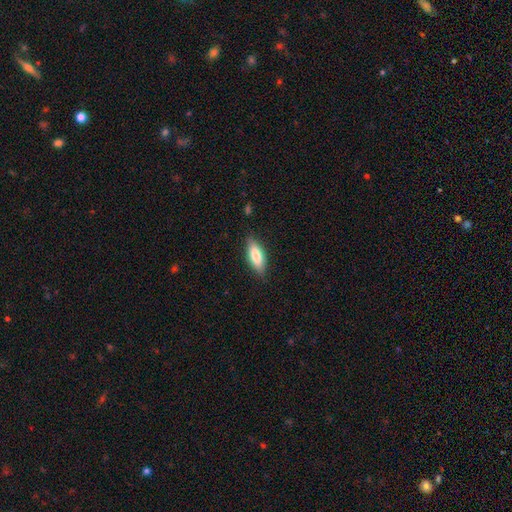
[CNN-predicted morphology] smooth 76%, featured or disk 18%, star or artifact 6%. Down the decision tree: how rounded — in between (68%); merging — none (84%).